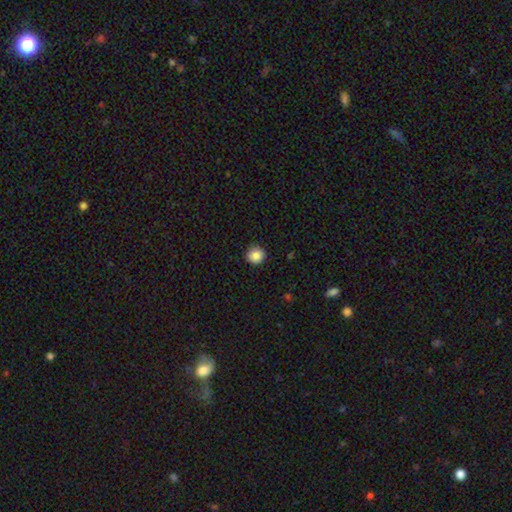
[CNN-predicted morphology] Overall: smooth (86%). How rounded: round (93%). Merging: none (90%).